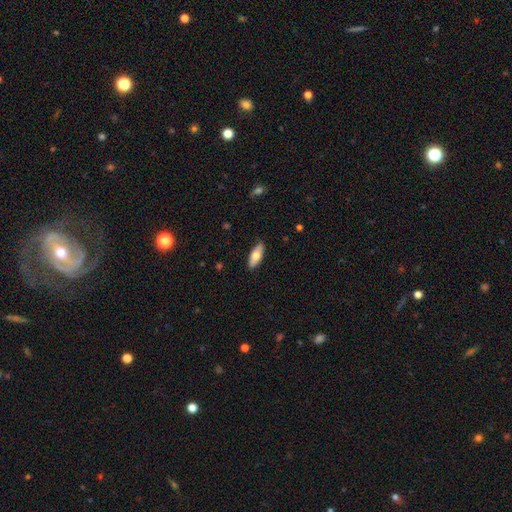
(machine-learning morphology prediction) Smooth or featured? Predicted: smooth (p=0.66). How rounded? Predicted: in between (p=0.73). Merging? Predicted: none (p=0.88).